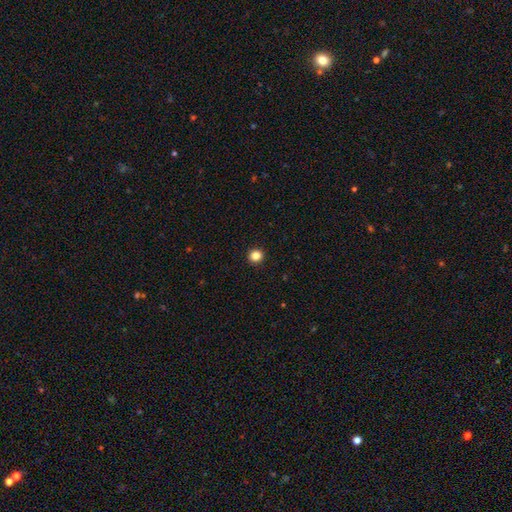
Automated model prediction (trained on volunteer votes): Morphology: type=smooth (85%); roundness=round (91%); merging=none (93%).